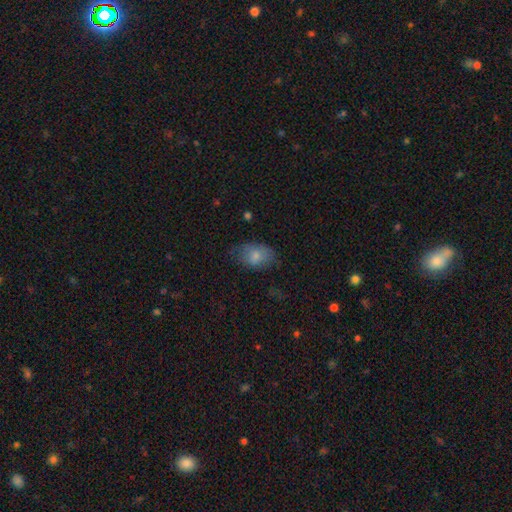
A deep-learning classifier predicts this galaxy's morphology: type=smooth (77%); roundness=in between (86%); merging=none (57%).